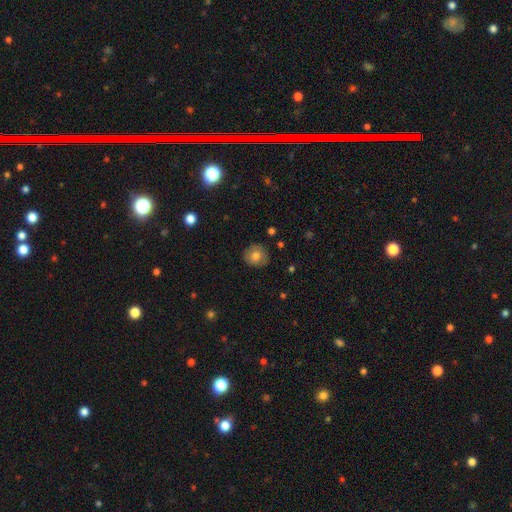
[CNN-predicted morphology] This appears to be a smooth galaxy with no disk features (77%) that is round (91%). Merging: none (86%).